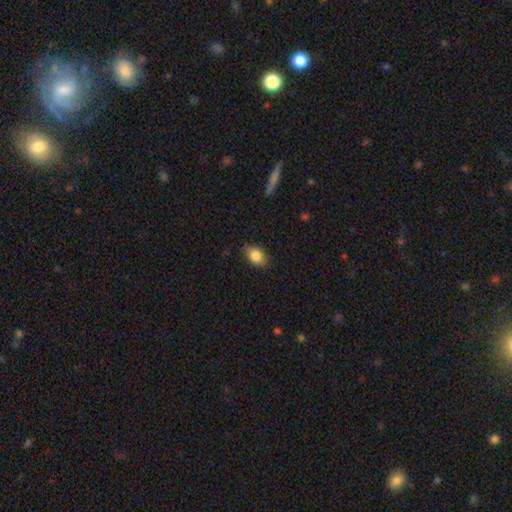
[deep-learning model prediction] Q: Smooth or featured?
A: smooth (86%); runner-up: star or artifact (8%)
Q: How rounded?
A: in between (82%); runner-up: round (16%)
Q: Merging?
A: none (85%); runner-up: minor disturbance (11%)